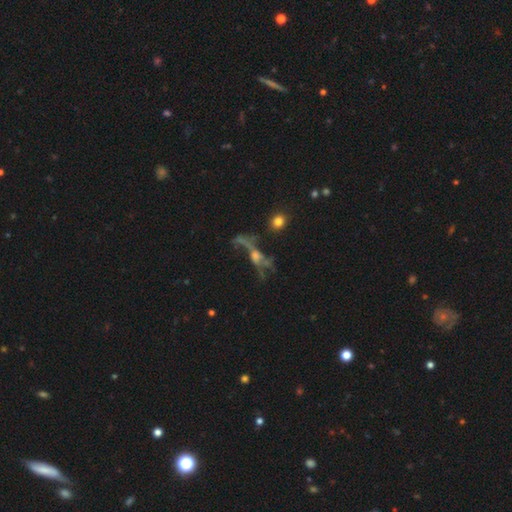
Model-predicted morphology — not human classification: Smooth or featured? Predicted: featured or disk (p=0.60). Edge-on disk? Predicted: no (p=0.67). Merging? Predicted: major disturbance (p=0.36, tied with none).